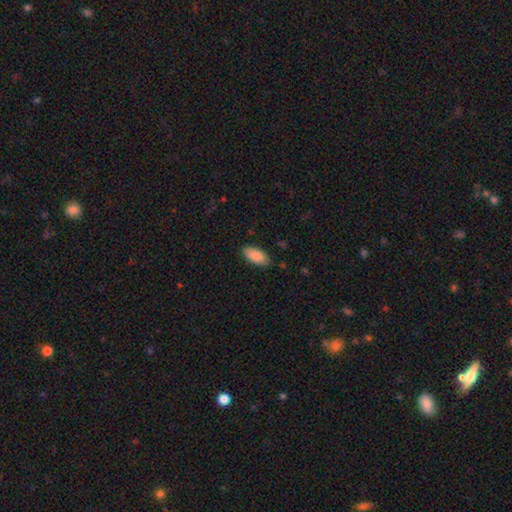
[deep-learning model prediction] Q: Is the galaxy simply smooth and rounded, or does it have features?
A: smooth — 88%.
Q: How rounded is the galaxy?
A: in between — 92%.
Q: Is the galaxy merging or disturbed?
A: none — 81%.